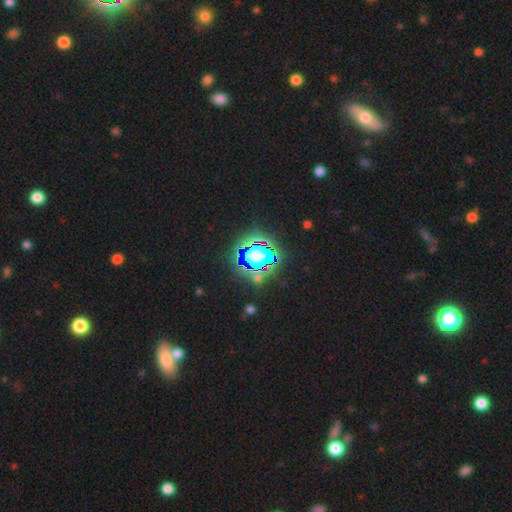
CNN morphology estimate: type=star or artifact (62%).